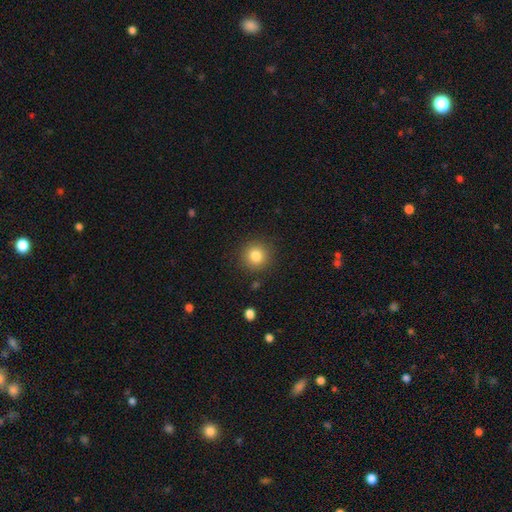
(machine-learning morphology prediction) Overall: smooth (83%). How rounded: round (92%). Merging: none (89%).